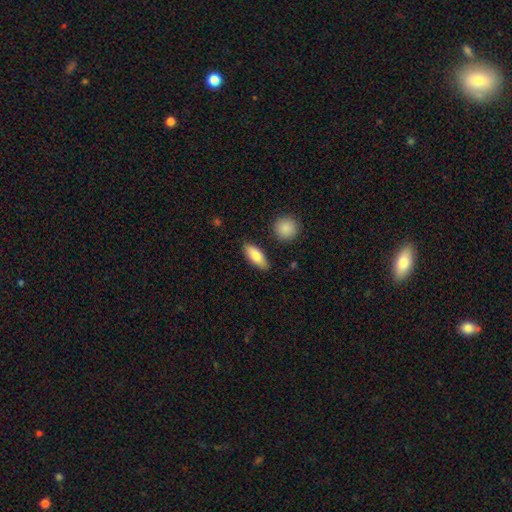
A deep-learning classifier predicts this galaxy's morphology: Smooth or featured? smooth (81%)
How rounded? in between (76%)
Merging? none (86%)